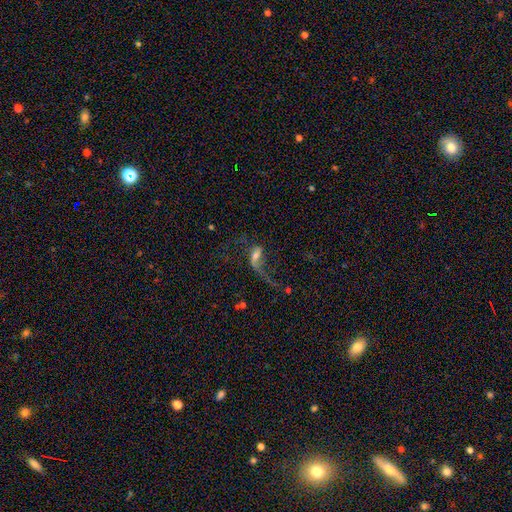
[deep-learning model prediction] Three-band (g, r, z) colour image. It shows a featured or disk galaxy (68%) with a weak bar (39%), spiral arms (80%) and a moderate central bulge (40%). Merging: major disturbance (46%).